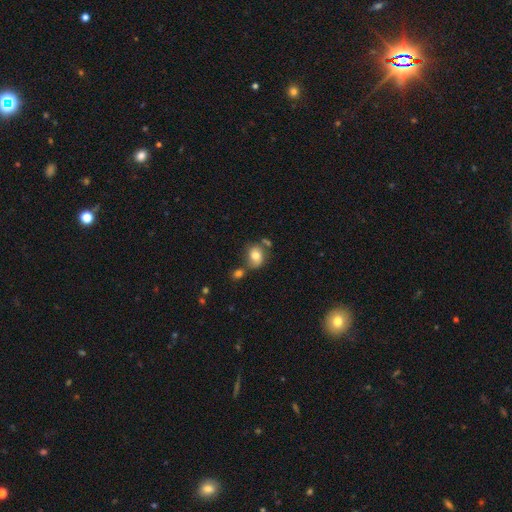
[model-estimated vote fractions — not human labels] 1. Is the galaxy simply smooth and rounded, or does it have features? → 69% smooth, 21% featured or disk, 10% star or artifact.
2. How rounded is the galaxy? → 51% round, 48% in between, 1% cigar-shaped.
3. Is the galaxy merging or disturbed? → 52% none, 20% minor disturbance, 20% merger, 8% major disturbance.